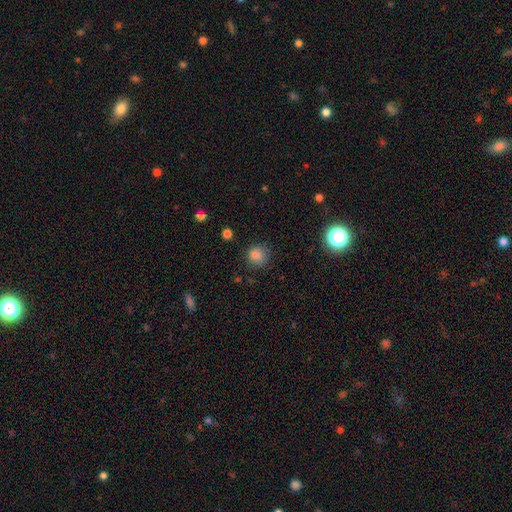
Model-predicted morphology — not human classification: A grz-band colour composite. It shows a smooth galaxy with no disk features (82%) that is round (83%). Merging: none (78%).